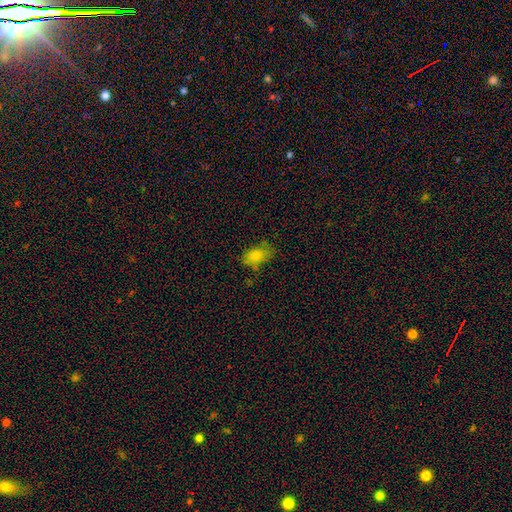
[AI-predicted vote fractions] A smooth galaxy with no disk features (78%) that is in between round and cigar-shaped (85%).

Vote fractions:
- Smooth or featured? smooth: 78% / star or artifact: 12% / featured or disk: 11%
- How rounded? in between: 85% / round: 12% / cigar-shaped: 3%
- Merging? none: 64% / minor disturbance: 24% / major disturbance: 7% / merger: 4%